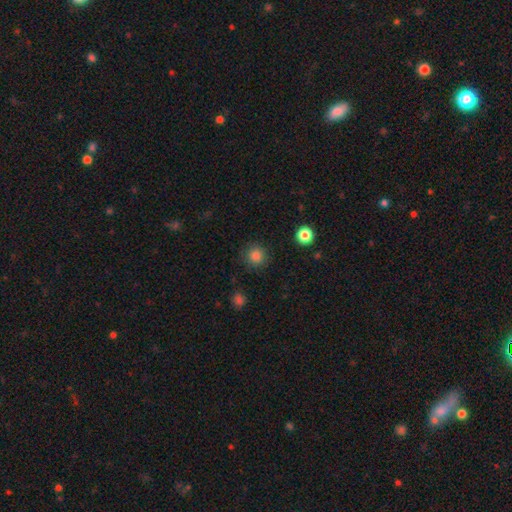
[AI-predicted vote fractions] smooth-or-featured: smooth: 84% | star or artifact: 12% | featured or disk: 4%
  how-rounded: round: 94% | in between: 5% | cigar-shaped: 1%
  merging: none: 88% | minor disturbance: 8% | major disturbance: 3% | merger: 1%